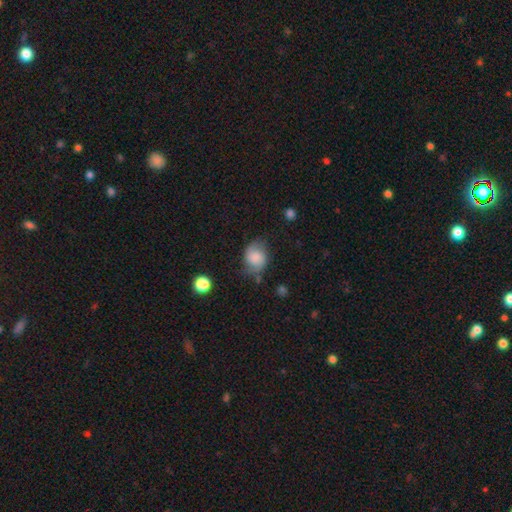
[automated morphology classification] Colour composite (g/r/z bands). It shows a featured or disk galaxy (45%, tied with smooth). Merging: none (65%).